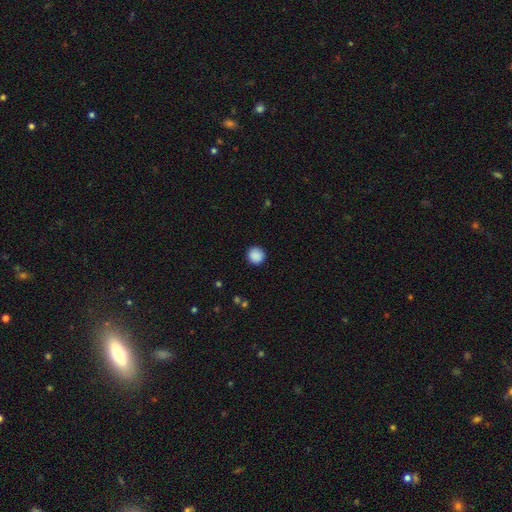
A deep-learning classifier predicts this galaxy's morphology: Overall: smooth (89%). How rounded: round (95%). Merging: none (92%).